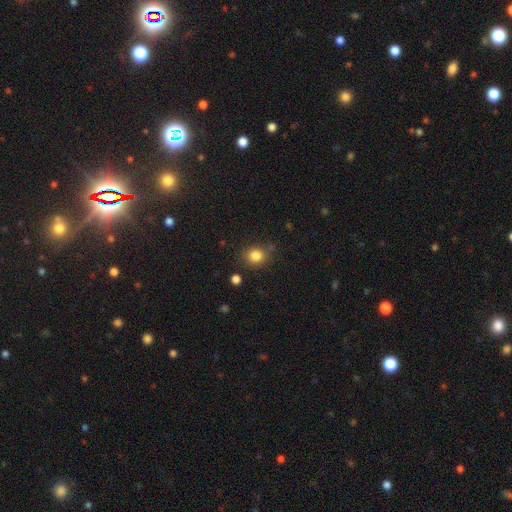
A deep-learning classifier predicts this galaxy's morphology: This is clearly a smooth galaxy (83%). How rounded: likely round (73%). Merging: likely none (79%).